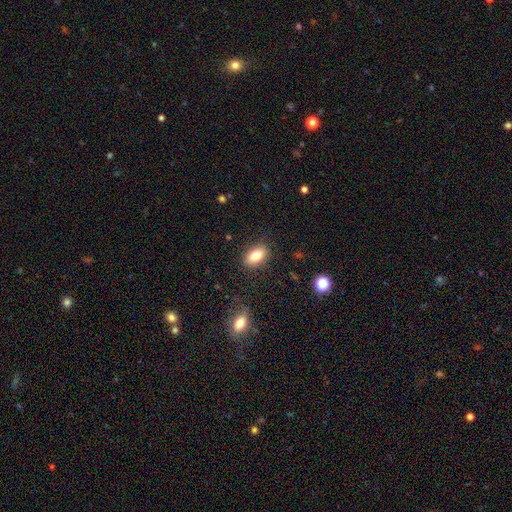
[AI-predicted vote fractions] smooth_or_featured: smooth (p=0.81) [alt: featured or disk p=0.11]
how_rounded: in between (p=0.88) [alt: round p=0.08]
merging: none (p=0.86) [alt: minor disturbance p=0.10]